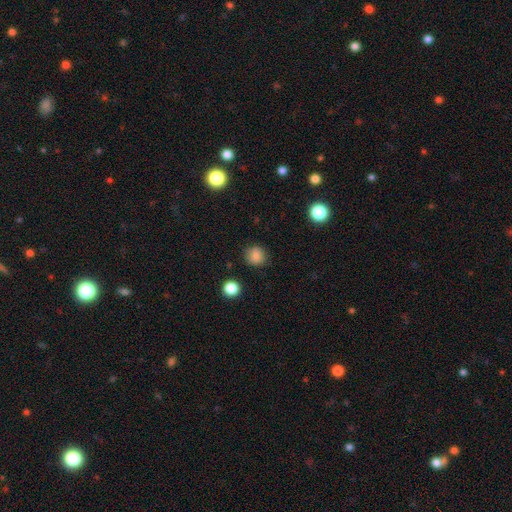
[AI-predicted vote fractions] Smooth or featured? smooth (84%)
How rounded? round (85%)
Merging? none (85%)